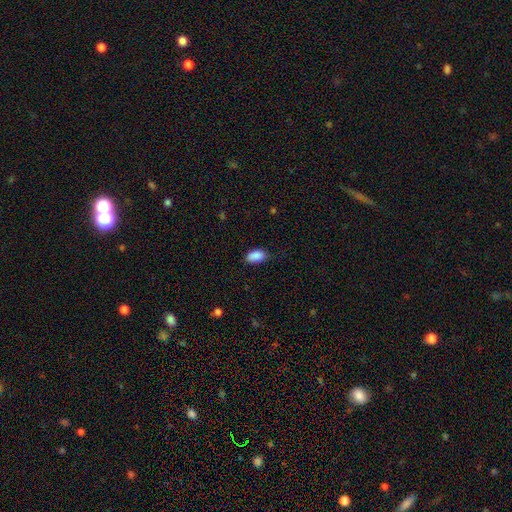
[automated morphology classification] smooth_or_featured: smooth (p=0.89) [alt: star or artifact p=0.07]
how_rounded: in between (p=0.94) [alt: round p=0.04]
merging: none (p=0.71) [alt: minor disturbance p=0.23]